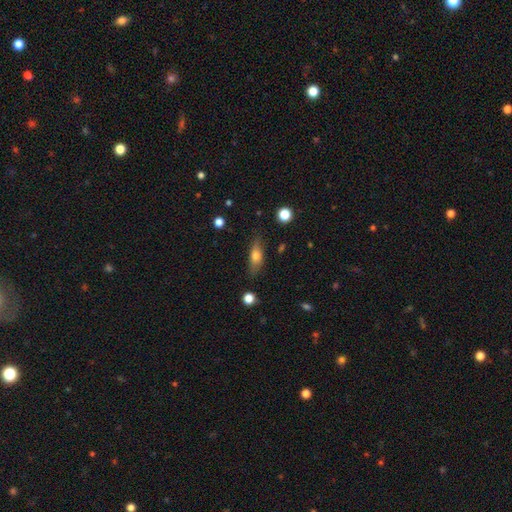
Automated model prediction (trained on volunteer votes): smooth_or_featured: smooth (p=0.66) [alt: featured or disk p=0.27]
how_rounded: in between (p=0.65) [alt: cigar-shaped p=0.29]
merging: none (p=0.75) [alt: minor disturbance p=0.19]